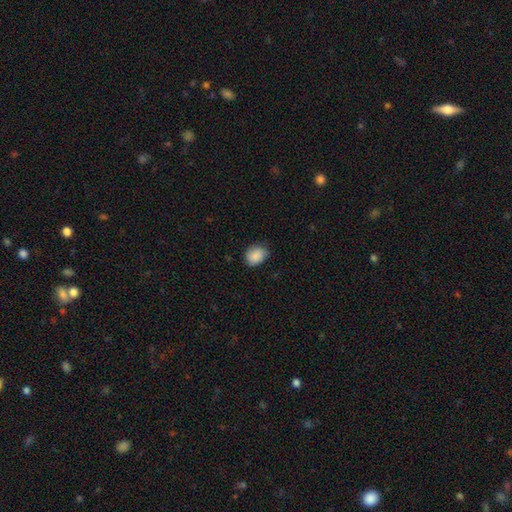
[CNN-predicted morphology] Smooth or featured: smooth — 88% (star or artifact — 7%)
How rounded: in between — 54% (round — 45%)
Merging: none — 74% (minor disturbance — 22%)